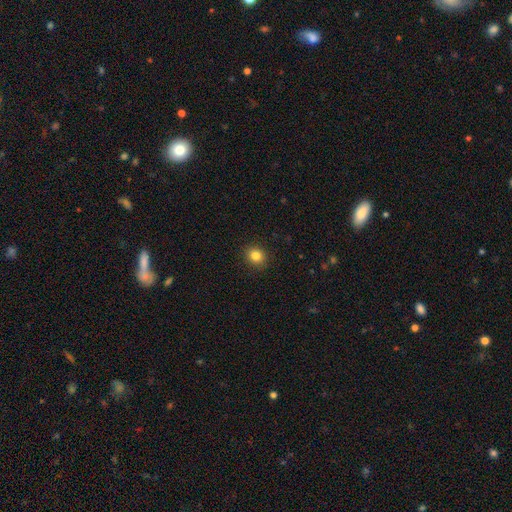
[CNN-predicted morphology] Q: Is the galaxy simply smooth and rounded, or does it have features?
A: smooth — 83%.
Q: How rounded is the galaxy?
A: round — 79%.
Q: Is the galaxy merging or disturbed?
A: none — 91%.